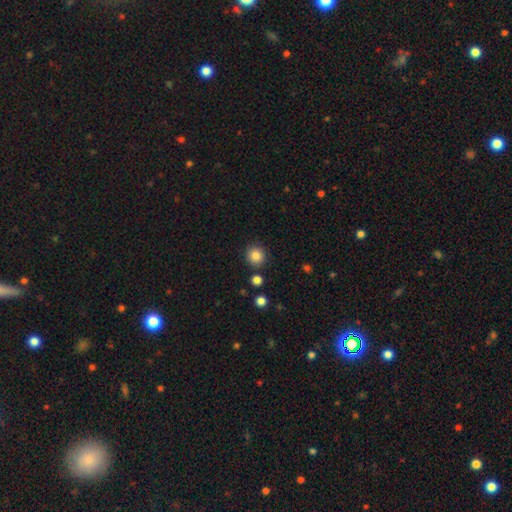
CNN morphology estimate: smooth 85%, star or artifact 10%, featured or disk 5%. Down the decision tree: how rounded — round (93%); merging — none (86%).